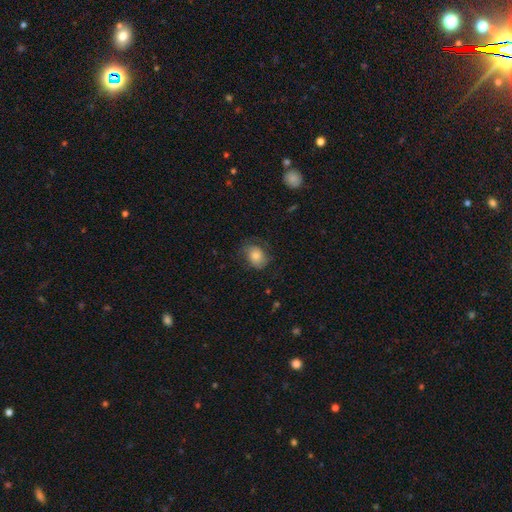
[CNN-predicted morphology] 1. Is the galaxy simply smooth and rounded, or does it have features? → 67% smooth, 24% featured or disk, 9% star or artifact.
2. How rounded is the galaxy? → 55% in between, 44% round, 1% cigar-shaped.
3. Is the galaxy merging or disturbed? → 62% none, 25% minor disturbance, 13% major disturbance, 1% merger.